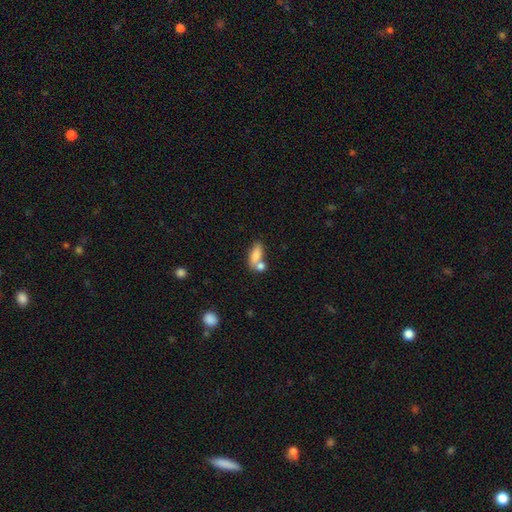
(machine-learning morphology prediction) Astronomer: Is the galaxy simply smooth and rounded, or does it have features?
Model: smooth — 80%.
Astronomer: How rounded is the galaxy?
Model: in between — 77%.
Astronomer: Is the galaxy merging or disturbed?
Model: none — 41%, tied with merger at 41%.